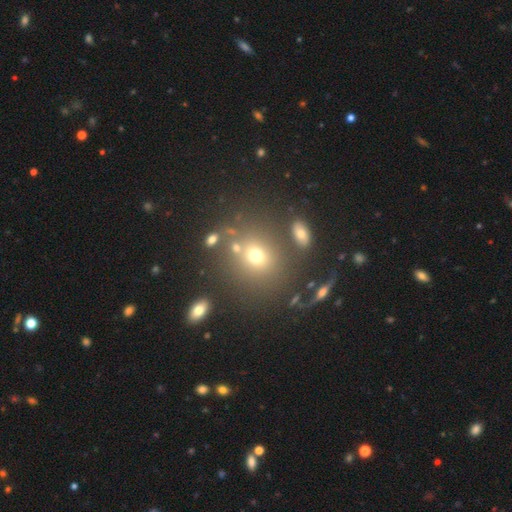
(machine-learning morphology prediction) Smooth or featured? smooth (67%)
How rounded? round (74%)
Merging? none (71%)